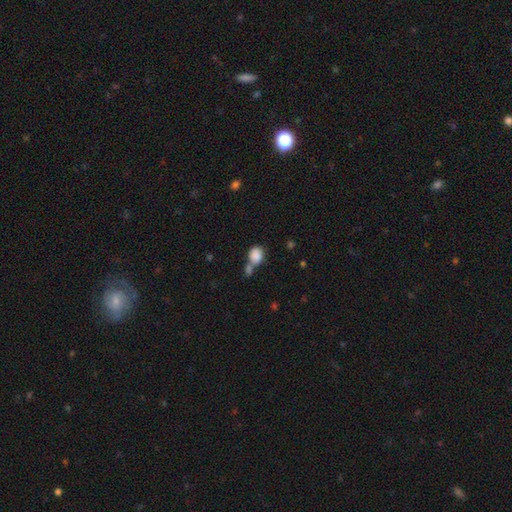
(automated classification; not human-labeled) Smooth or featured?
  - smooth: 85% *
  - star or artifact: 8%
  - featured or disk: 6%
How rounded?
  - round: 58% *
  - in between: 41%
  - cigar-shaped: 1%
Merging?
  - merger: 46% *
  - none: 37%
  - minor disturbance: 12%
  - major disturbance: 6%